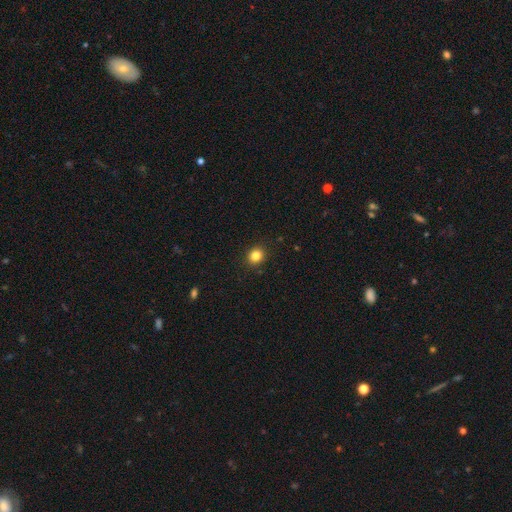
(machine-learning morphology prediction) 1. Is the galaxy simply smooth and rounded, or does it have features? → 83% smooth, 12% star or artifact, 5% featured or disk.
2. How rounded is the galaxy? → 78% round, 21% in between, 1% cigar-shaped.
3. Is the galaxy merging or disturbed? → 91% none, 6% minor disturbance, 2% major disturbance, 1% merger.